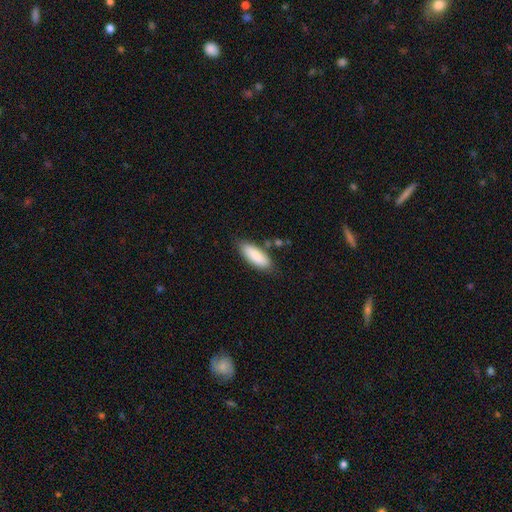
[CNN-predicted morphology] smooth 87%, featured or disk 7%, star or artifact 6%. Down the decision tree: how rounded — in between (67%); merging — none (79%).